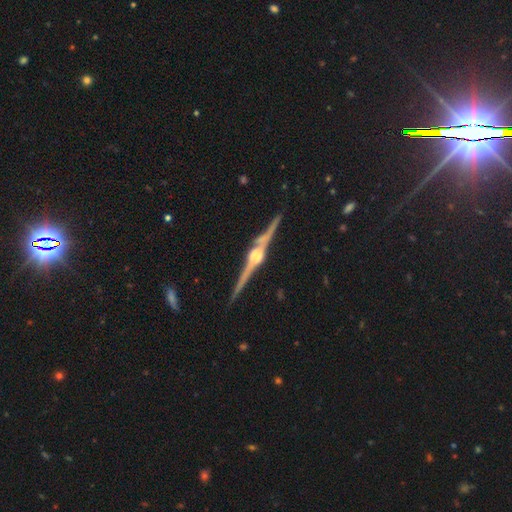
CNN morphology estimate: type=featured or disk (90%); edge-on=yes (98%); edge-on bulge=rounded (85%); merging=none (88%).